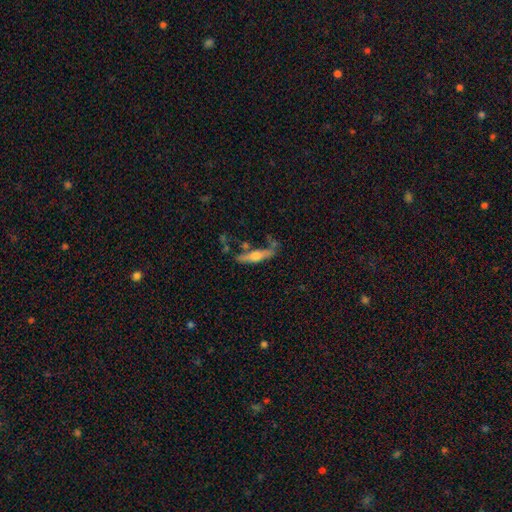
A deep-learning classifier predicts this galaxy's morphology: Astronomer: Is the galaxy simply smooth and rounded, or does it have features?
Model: featured or disk — 55% (runner-up: smooth, 39%).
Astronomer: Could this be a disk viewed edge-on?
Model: yes — 91%.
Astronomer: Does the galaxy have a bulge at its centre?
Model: rounded — 90%.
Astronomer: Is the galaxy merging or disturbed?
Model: none — 65%.